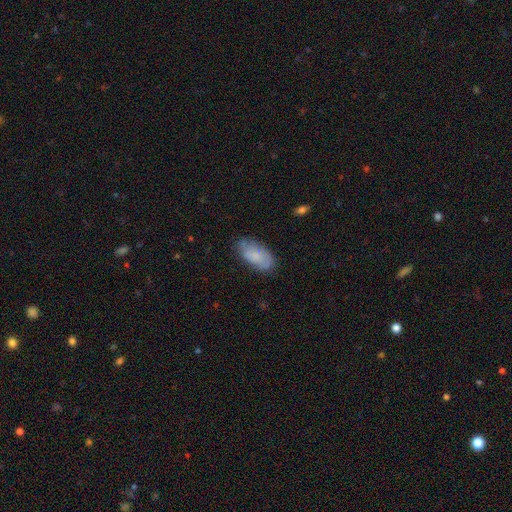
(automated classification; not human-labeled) smooth_or_featured: smooth (p=0.69) [alt: featured or disk p=0.24]
how_rounded: in between (p=0.93) [alt: cigar-shaped p=0.04]
merging: none (p=0.69) [alt: minor disturbance p=0.23]